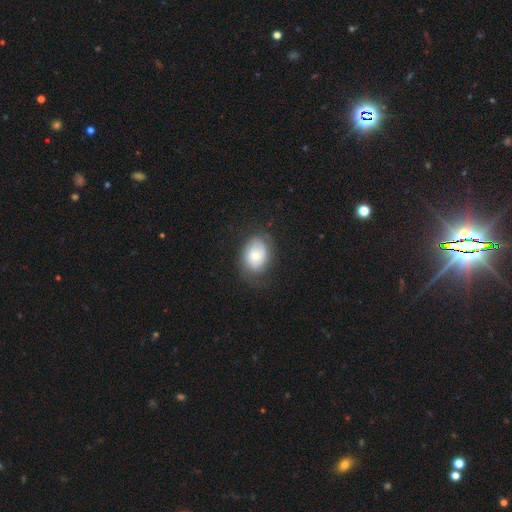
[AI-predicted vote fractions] smooth-or-featured: featured or disk: 48% | smooth: 44% | star or artifact: 7%
  merging: none: 68% | minor disturbance: 21% | major disturbance: 10% | merger: 1%